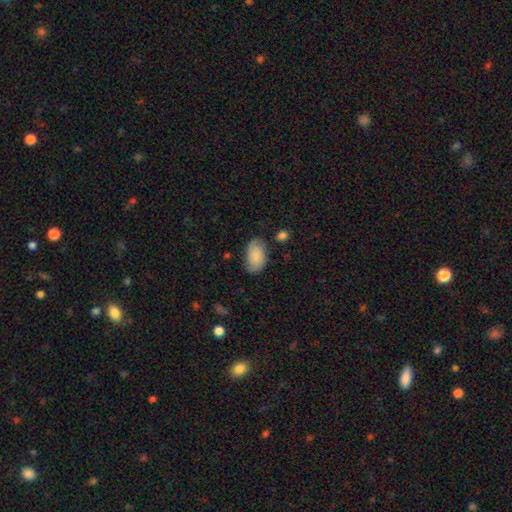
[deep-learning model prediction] Smooth or featured: smooth — 79% (featured or disk — 15%)
How rounded: in between — 94% (round — 5%)
Merging: none — 76% (minor disturbance — 18%)